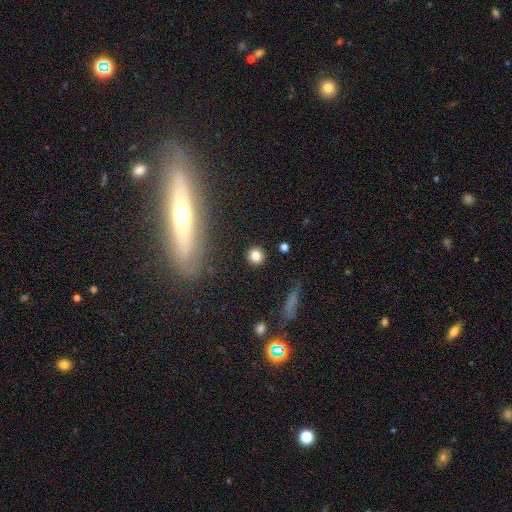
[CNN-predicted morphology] Smooth or featured?
  - smooth: 82% *
  - star or artifact: 12%
  - featured or disk: 7%
How rounded?
  - round: 90% *
  - in between: 9%
  - cigar-shaped: 1%
Merging?
  - none: 90% *
  - minor disturbance: 6%
  - major disturbance: 2%
  - merger: 2%